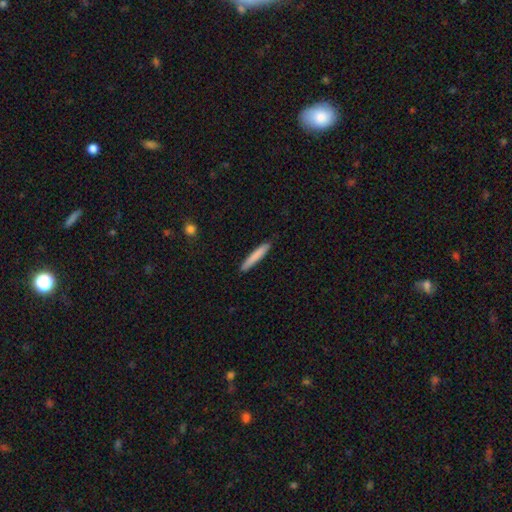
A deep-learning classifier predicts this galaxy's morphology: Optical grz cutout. It shows a smooth galaxy with no disk features (81%) that is cigar-shaped (95%). Merging: none (90%).